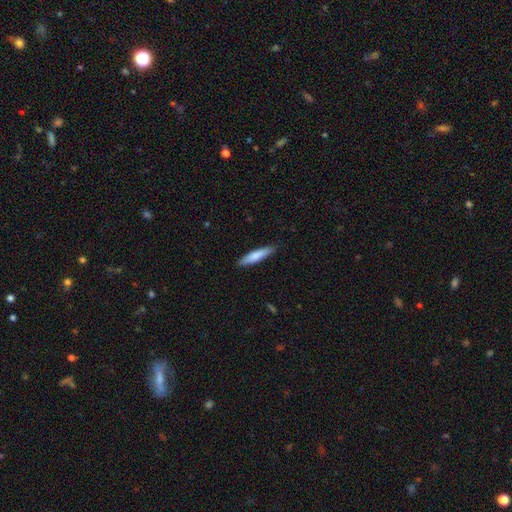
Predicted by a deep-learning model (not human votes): Q: Smooth or featured?
A: smooth (76%); runner-up: featured or disk (19%)
Q: How rounded?
A: cigar-shaped (86%); runner-up: in between (13%)
Q: Merging?
A: none (88%); runner-up: minor disturbance (9%)